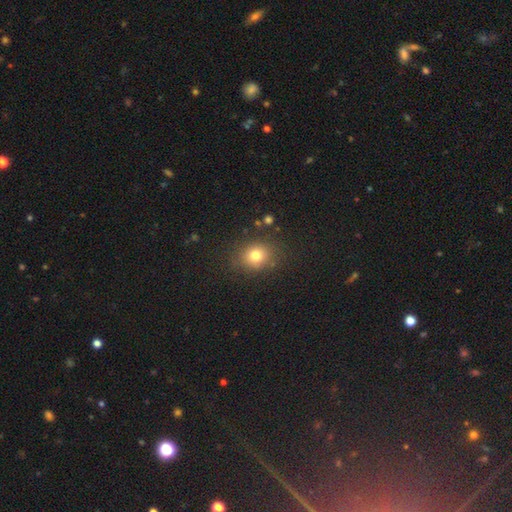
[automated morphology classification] The model was most divided on "how rounded": round: 68%, in between: 32%, cigar-shaped: 1%. More confident: merging — none (81%); smooth or featured — smooth (77%).